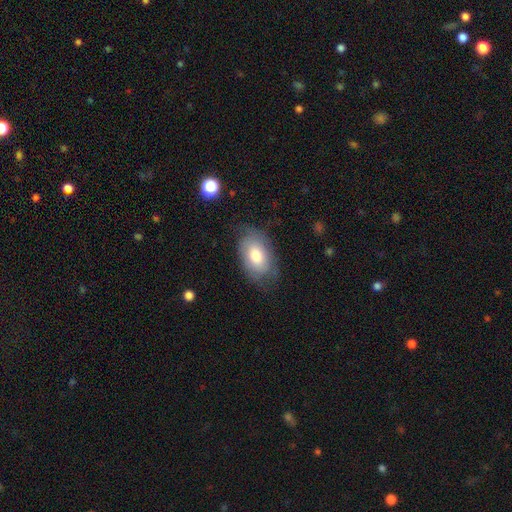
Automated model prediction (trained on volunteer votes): This appears to be a smooth galaxy with no disk features (70%) that is in between round and cigar-shaped (91%). Merging: none (70%).